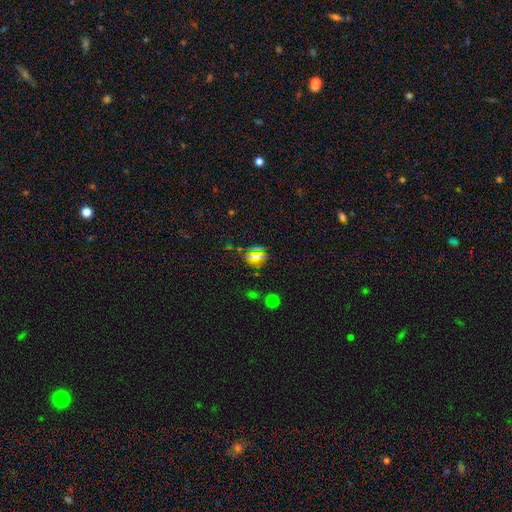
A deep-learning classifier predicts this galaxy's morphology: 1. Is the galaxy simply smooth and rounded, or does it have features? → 46% star or artifact, 37% smooth, 17% featured or disk.